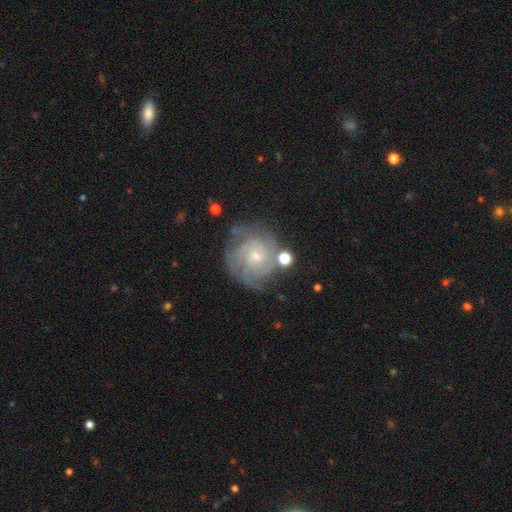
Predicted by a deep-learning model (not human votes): This appears to be a featured or disk galaxy (79%) with no bar (70%), tight (68%) spiral arms (94%) and a small central bulge (67%). Merging: none (66%).